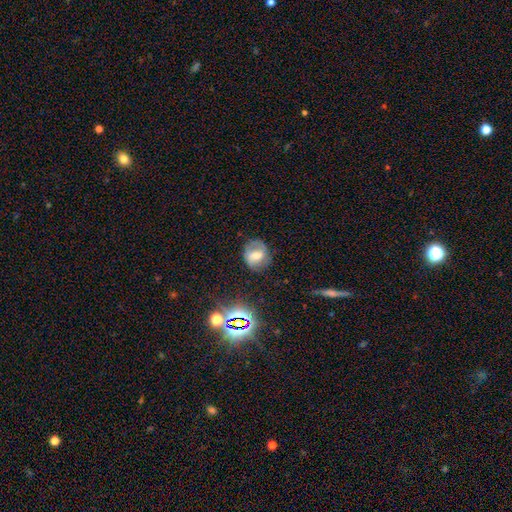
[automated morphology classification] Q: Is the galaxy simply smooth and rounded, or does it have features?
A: smooth — 47%.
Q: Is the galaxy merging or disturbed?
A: none — 71%.